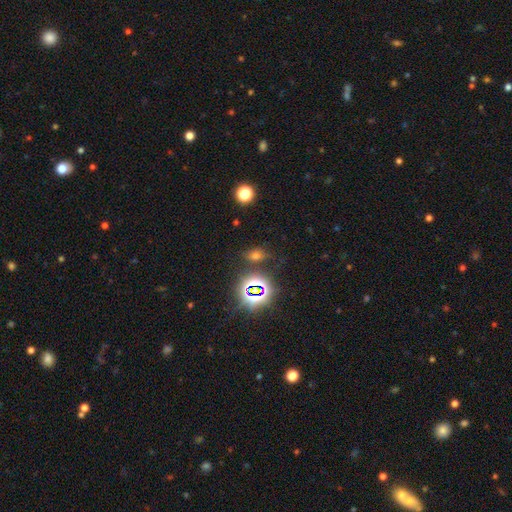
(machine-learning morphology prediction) type=smooth (50%); merging=none (75%).